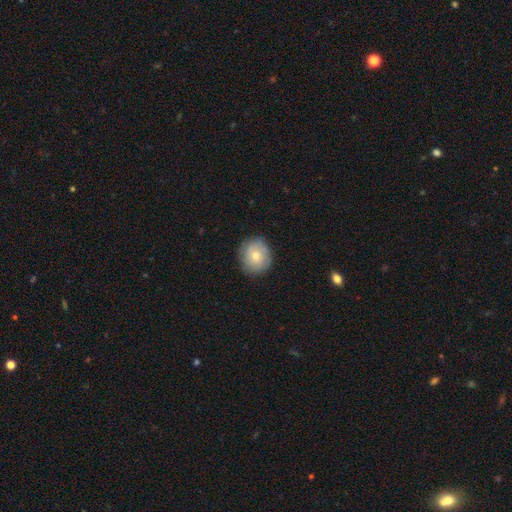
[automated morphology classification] A smooth galaxy with no disk features (71%) that is round (81%).

Vote fractions:
- Smooth or featured? smooth: 71% / featured or disk: 22% / star or artifact: 7%
- How rounded? round: 81% / in between: 18% / cigar-shaped: 1%
- Merging? none: 82% / minor disturbance: 14% / major disturbance: 3% / merger: 1%